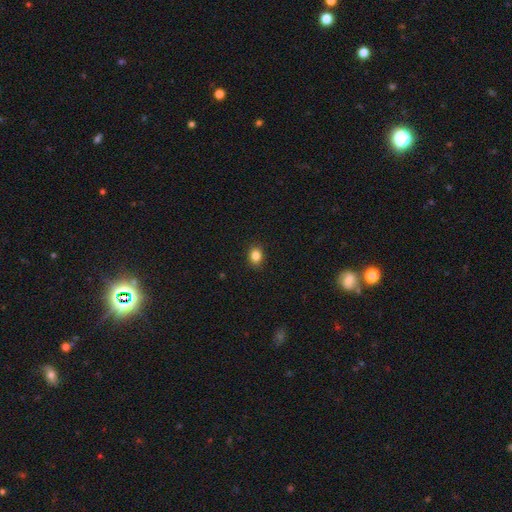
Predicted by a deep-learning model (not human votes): This appears to be a smooth galaxy with no disk features (85%) that is in between round and cigar-shaped (53%). Merging: none (89%).